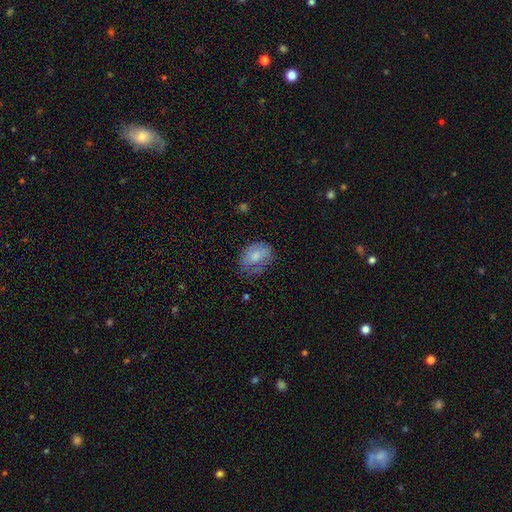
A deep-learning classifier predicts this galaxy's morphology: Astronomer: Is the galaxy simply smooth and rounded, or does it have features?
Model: smooth — 66%.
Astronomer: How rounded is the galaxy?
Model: in between — 70%.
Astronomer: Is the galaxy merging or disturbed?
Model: none — 54% (runner-up: minor disturbance, 29%).